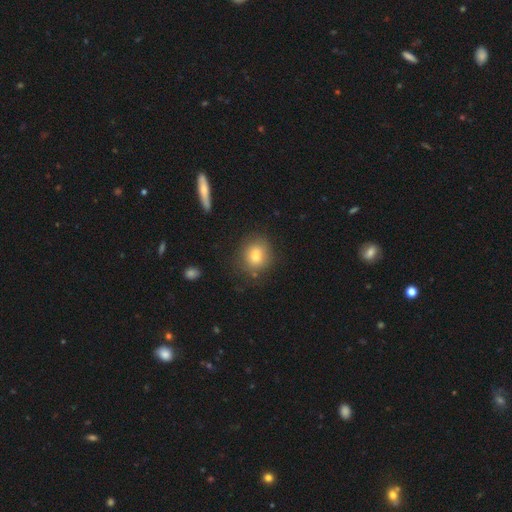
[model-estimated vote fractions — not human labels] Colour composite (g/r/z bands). It shows a smooth galaxy with no disk features (79%) that is round (77%). Merging: none (81%).